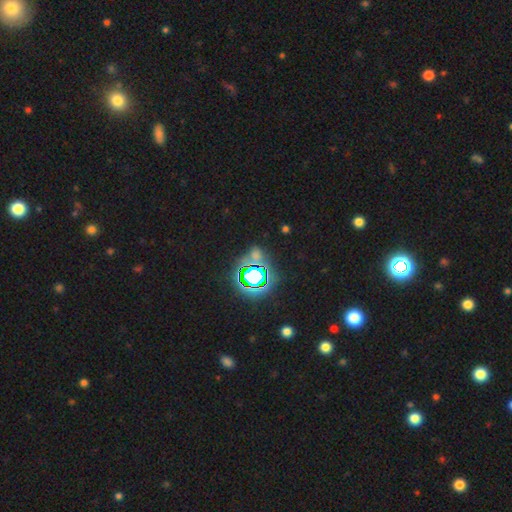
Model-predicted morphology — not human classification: A star or artifact, not a galaxy (67%).